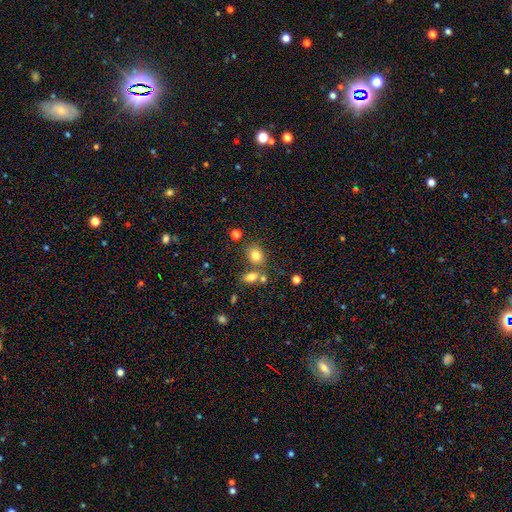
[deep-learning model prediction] The model was most divided on "how rounded": in between: 55%, round: 44%, cigar-shaped: 1%. More confident: smooth or featured — smooth (79%); merging — none (64%).